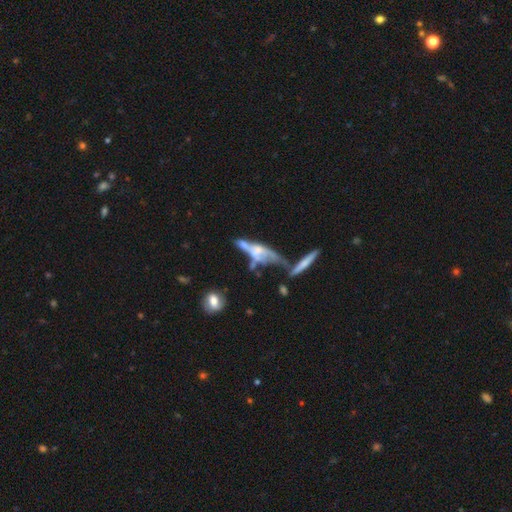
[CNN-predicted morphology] This is possibly a featured or disk galaxy (58%). It is likely not viewed edge-on (61%). Merging: possibly merger (47%).